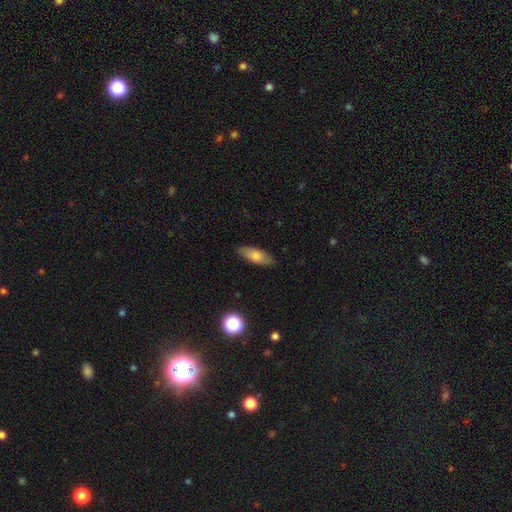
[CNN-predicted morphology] Smooth or featured?
  - smooth: 73% *
  - featured or disk: 20%
  - star or artifact: 7%
How rounded?
  - in between: 70% *
  - cigar-shaped: 28%
  - round: 3%
Merging?
  - none: 86% *
  - minor disturbance: 11%
  - major disturbance: 2%
  - merger: 1%